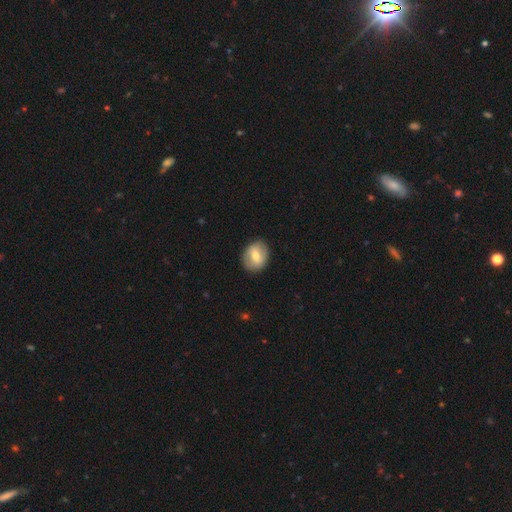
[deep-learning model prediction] Smooth or featured?
  - smooth: 65% *
  - featured or disk: 28%
  - star or artifact: 7%
How rounded?
  - in between: 50% *
  - round: 48%
  - cigar-shaped: 1%
Merging?
  - none: 86% *
  - minor disturbance: 10%
  - major disturbance: 3%
  - merger: 1%